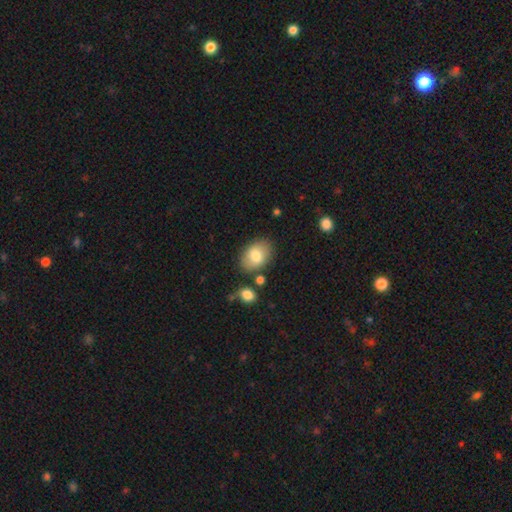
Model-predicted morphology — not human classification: The model was most divided on "smooth or featured": smooth: 76%, featured or disk: 17%, star or artifact: 7%. More confident: how rounded — in between (84%); merging — none (78%).